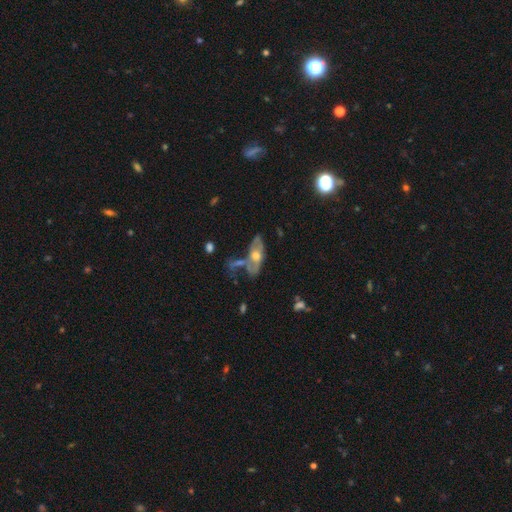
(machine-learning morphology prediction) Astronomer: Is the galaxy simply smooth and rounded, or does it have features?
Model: featured or disk — 57% (runner-up: smooth, 36%).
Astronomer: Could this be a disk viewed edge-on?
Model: no — 71%.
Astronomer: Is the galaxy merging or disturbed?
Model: none — 41% (runner-up: merger, 24%).